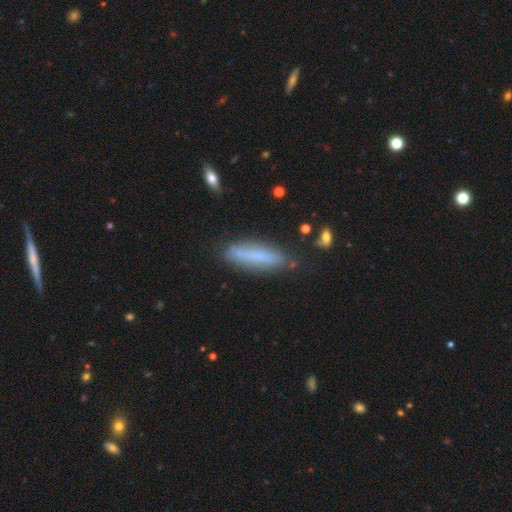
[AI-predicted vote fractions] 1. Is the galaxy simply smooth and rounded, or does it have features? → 67% smooth, 25% featured or disk, 8% star or artifact.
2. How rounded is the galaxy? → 76% cigar-shaped, 23% in between, 1% round.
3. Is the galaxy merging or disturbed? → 76% none, 17% minor disturbance, 4% major disturbance, 3% merger.